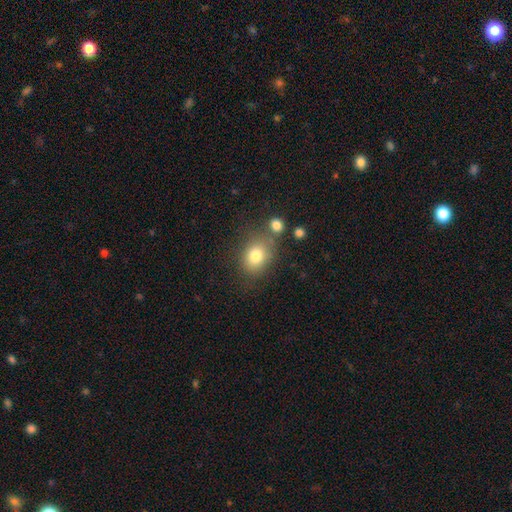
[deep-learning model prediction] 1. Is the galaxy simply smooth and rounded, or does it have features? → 79% smooth, 11% star or artifact, 10% featured or disk.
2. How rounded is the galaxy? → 50% round, 49% in between, 1% cigar-shaped.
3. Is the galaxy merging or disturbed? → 66% none, 16% minor disturbance, 12% merger, 6% major disturbance.